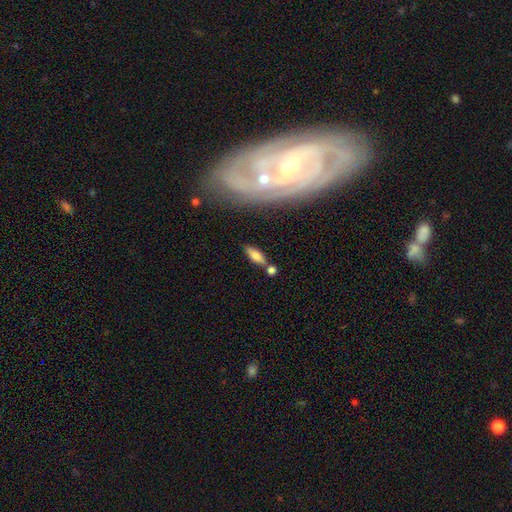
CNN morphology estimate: Smooth or featured? smooth (64%)
How rounded? in between (63%)
Merging? none (69%)